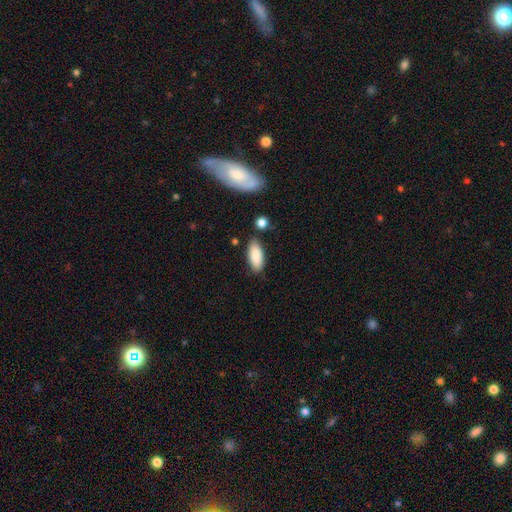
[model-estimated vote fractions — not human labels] A smooth galaxy with no disk features (88%) that is in between round and cigar-shaped (86%).

Vote fractions:
- Smooth or featured? smooth: 88% / star or artifact: 6% / featured or disk: 6%
- How rounded? in between: 86% / cigar-shaped: 12% / round: 2%
- Merging? none: 78% / minor disturbance: 14% / merger: 4% / major disturbance: 3%